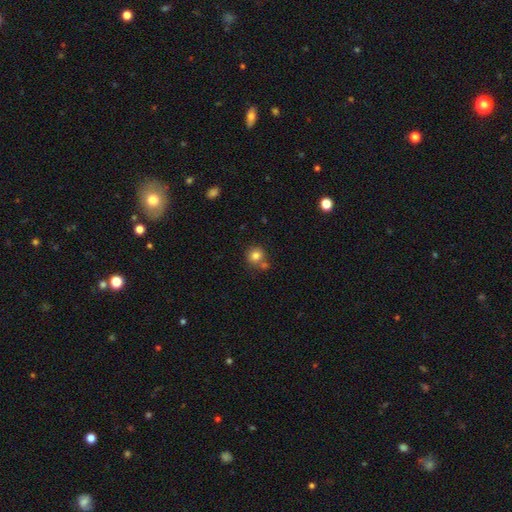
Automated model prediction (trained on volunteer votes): This is clearly a smooth galaxy (81%). How rounded: clearly round (88%). Merging: likely none (64%).